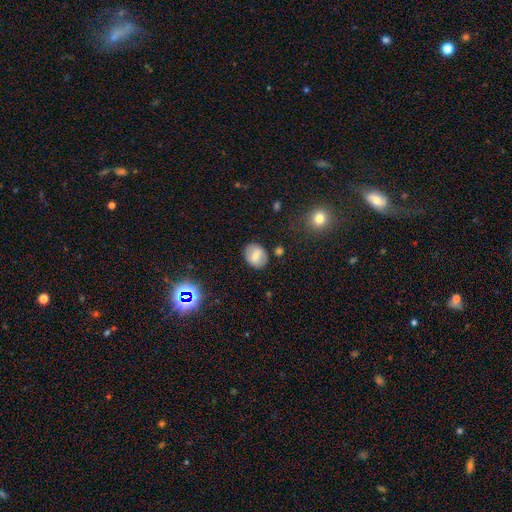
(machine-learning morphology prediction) Q: Smooth or featured?
A: smooth (65%); runner-up: featured or disk (25%)
Q: How rounded?
A: round (50%); runner-up: in between (49%)
Q: Merging?
A: none (81%); runner-up: minor disturbance (13%)